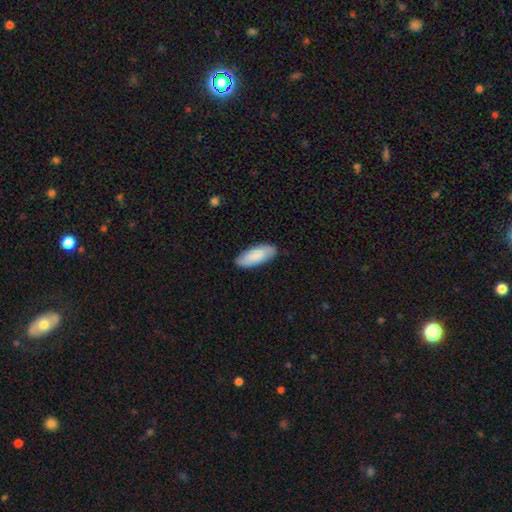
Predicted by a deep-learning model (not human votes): This appears to be a smooth galaxy with no disk features (83%) that is in between round and cigar-shaped (78%). Merging: none (87%).